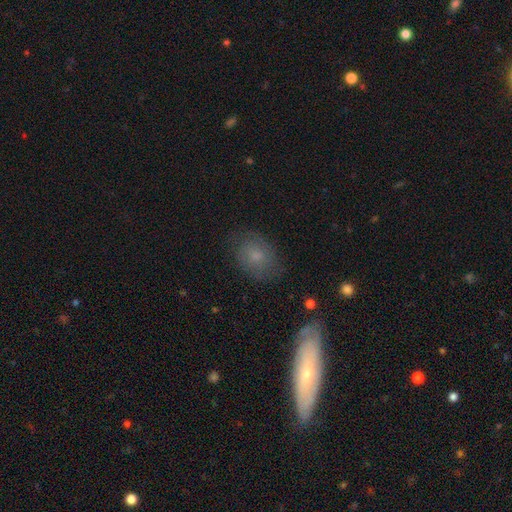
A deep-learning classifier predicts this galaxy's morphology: smooth 64%, featured or disk 23%, star or artifact 12%. Down the decision tree: how rounded — in between (59%); merging — none (73%).